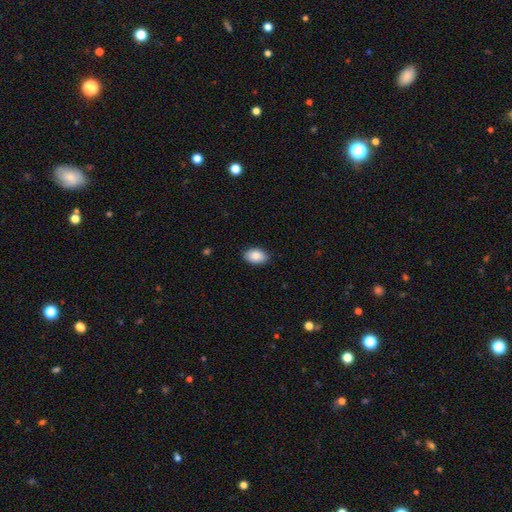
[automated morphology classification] Overall: smooth (88%). How rounded: in between (91%). Merging: none (88%).